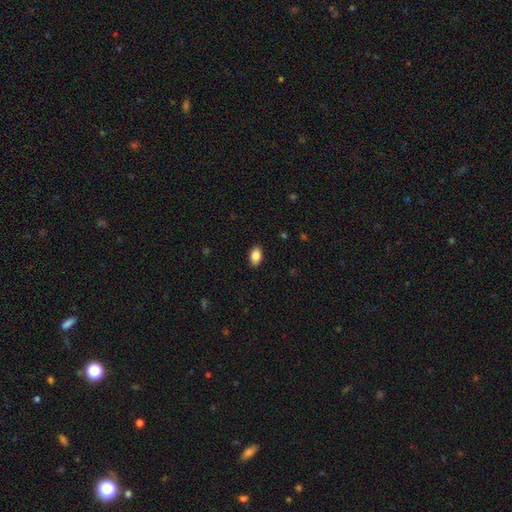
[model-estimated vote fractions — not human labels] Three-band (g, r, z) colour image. It shows a smooth galaxy with no disk features (87%) that is in between round and cigar-shaped (91%). Merging: none (89%).